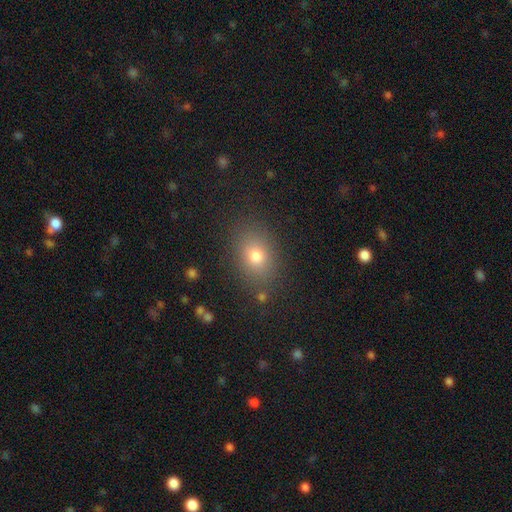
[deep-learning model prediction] Morphology: type=smooth (74%); roundness=in between (69%); merging=none (84%).